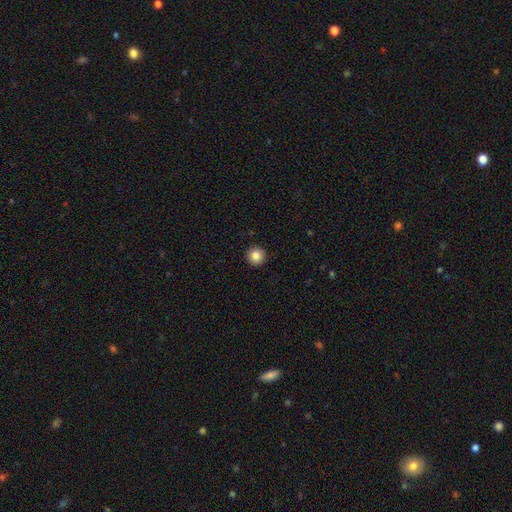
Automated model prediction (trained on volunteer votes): Q: Smooth or featured?
A: smooth (86%); runner-up: star or artifact (9%)
Q: How rounded?
A: round (95%); runner-up: in between (4%)
Q: Merging?
A: none (93%); runner-up: minor disturbance (4%)